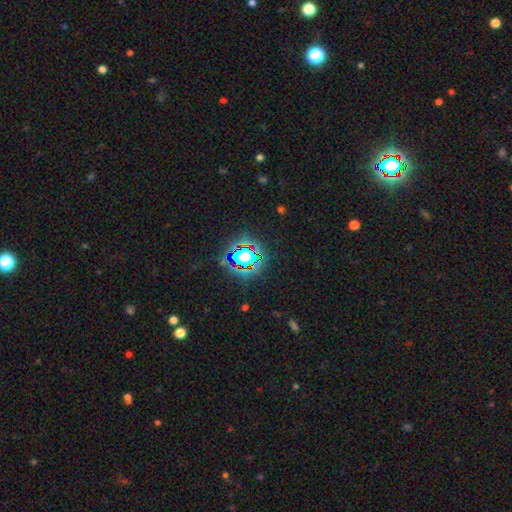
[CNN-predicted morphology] Overall: star or artifact (81%).